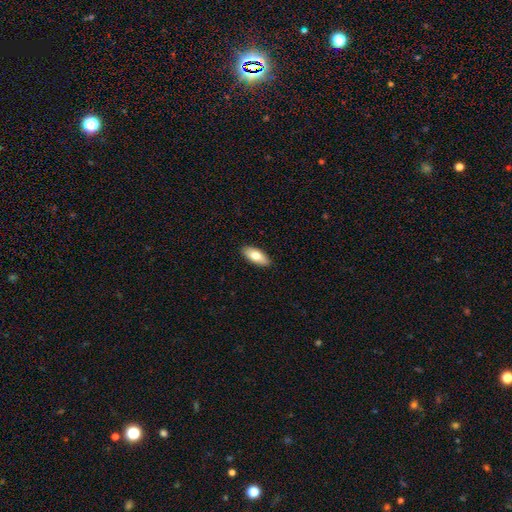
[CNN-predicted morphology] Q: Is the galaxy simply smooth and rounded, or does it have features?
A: smooth — 80%.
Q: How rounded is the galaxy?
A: in between — 83%.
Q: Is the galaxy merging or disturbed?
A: none — 89%.